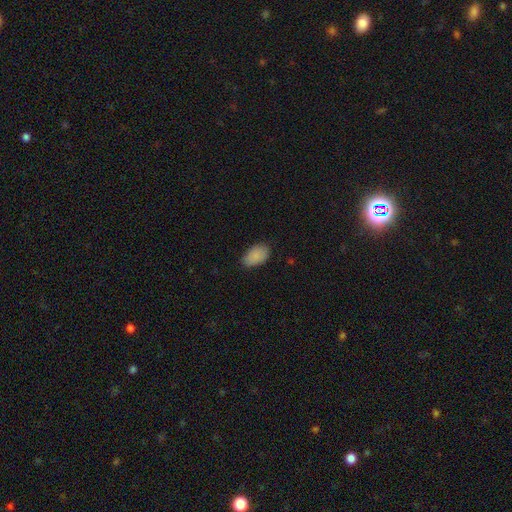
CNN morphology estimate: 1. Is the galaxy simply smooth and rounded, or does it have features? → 88% smooth, 7% star or artifact, 5% featured or disk.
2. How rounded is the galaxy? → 93% in between, 5% round, 1% cigar-shaped.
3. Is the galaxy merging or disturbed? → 79% none, 16% minor disturbance, 3% major disturbance, 1% merger.